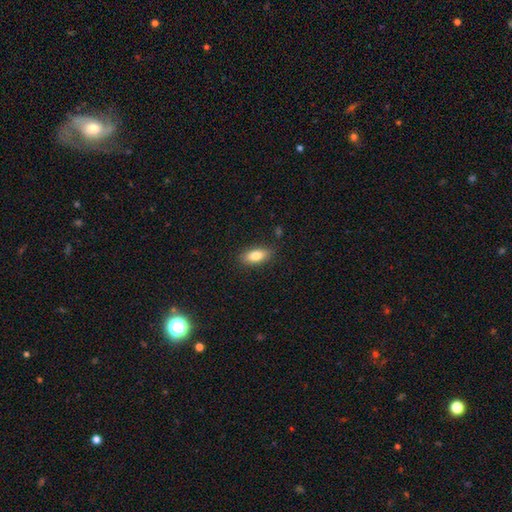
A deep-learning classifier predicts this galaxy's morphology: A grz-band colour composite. It shows a smooth galaxy with no disk features (82%) that is in between round and cigar-shaped (85%). Merging: none (85%).